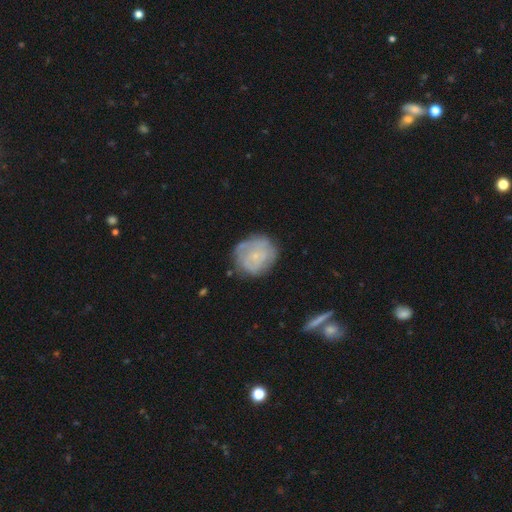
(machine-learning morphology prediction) Overall: featured or disk (58%; smooth 35%). Edge-on disk: no (97%). Bar: no (81%). Spiral arms: yes (69%; no 31%). Bulge size: small (77%). Merging: none (70%).